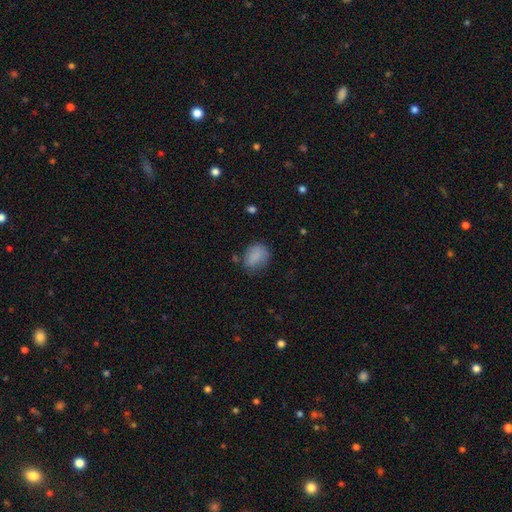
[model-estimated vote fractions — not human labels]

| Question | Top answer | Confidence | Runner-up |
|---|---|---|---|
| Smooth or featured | smooth | 84% | star or artifact (9%) |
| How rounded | in between | 58% | round (41%) |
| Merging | none | 64% | minor disturbance (25%) |